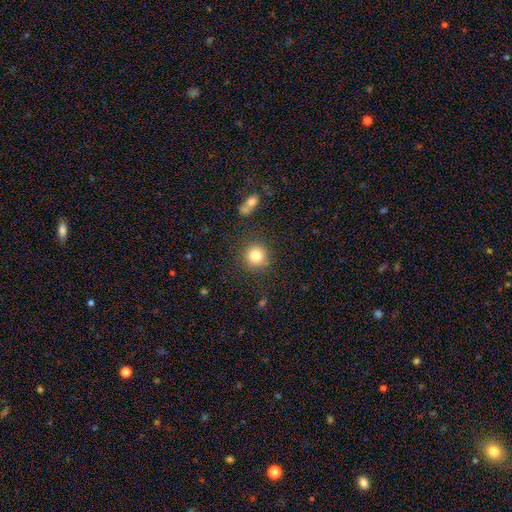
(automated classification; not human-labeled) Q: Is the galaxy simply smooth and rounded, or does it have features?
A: smooth — 82%.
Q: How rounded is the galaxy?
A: round — 92%.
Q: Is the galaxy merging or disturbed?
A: none — 86%.